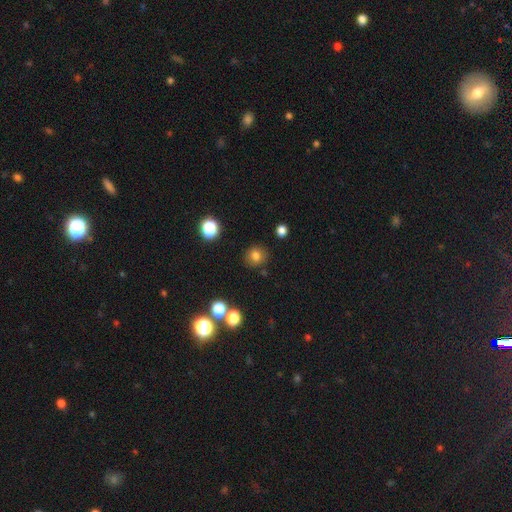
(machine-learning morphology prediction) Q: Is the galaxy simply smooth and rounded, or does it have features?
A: smooth — 78%.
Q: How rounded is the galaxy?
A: round — 86%.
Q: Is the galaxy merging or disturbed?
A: none — 85%.